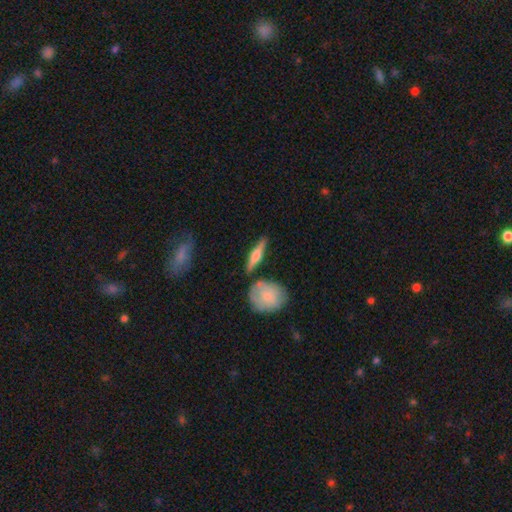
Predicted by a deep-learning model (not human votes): A featured or disk galaxy (60%) viewed edge-on (94%) with a rounded central bulge (89%).

Vote fractions:
- Smooth or featured? featured or disk: 60% / smooth: 34% / star or artifact: 6%
- Edge-on disk? yes: 94% / no: 6%
- Edge-on bulge? rounded: 89% / boxy: 8% / none: 4%
- Merging? none: 81% / minor disturbance: 11% / merger: 5% / major disturbance: 3%